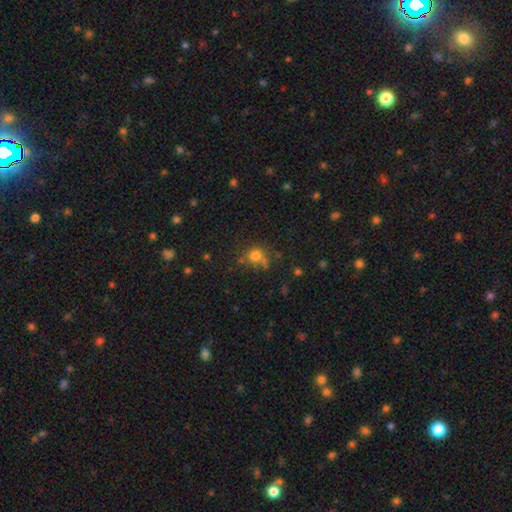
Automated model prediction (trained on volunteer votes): Smooth or featured? smooth (74%)
How rounded? round (81%)
Merging? none (62%)